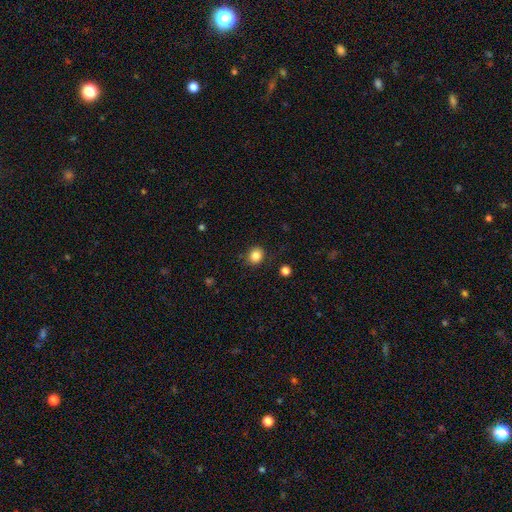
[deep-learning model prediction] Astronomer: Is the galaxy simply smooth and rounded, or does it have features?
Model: smooth — 84%.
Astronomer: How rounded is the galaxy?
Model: round — 77%.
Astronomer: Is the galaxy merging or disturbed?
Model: none — 86%.